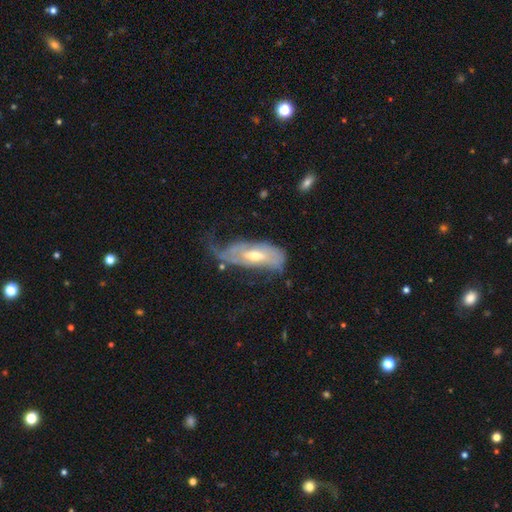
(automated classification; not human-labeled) This is likely a featured or disk galaxy (66%). It is clearly not viewed edge-on (84%). Bar: possibly no (46%). Spiral arm pattern: likely yes (68%). Central bulge: likely moderate (67%). Merging: marginally major disturbance (41%).